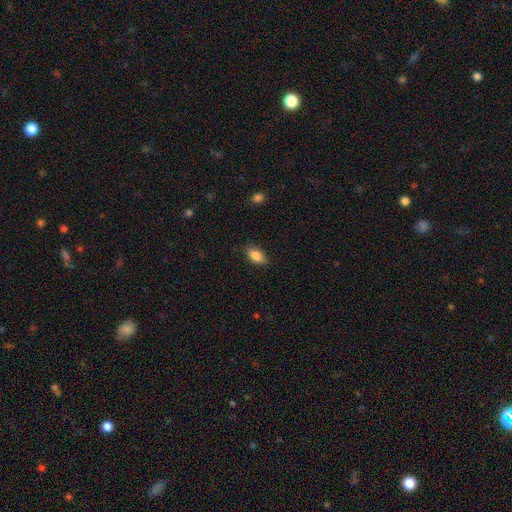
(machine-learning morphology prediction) Q: Smooth or featured?
A: smooth (84%); runner-up: featured or disk (8%)
Q: How rounded?
A: in between (88%); runner-up: round (6%)
Q: Merging?
A: none (83%); runner-up: minor disturbance (13%)